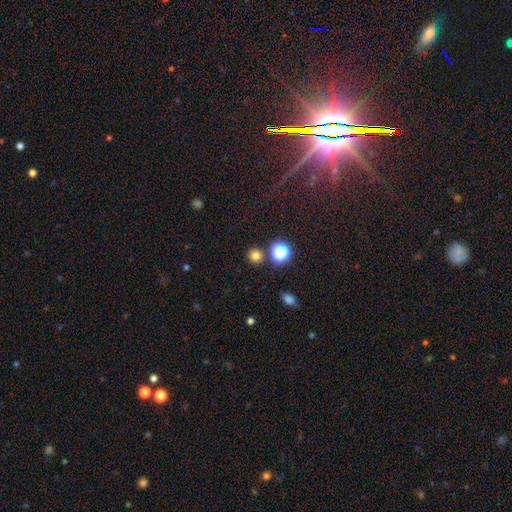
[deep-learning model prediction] smooth 76%, star or artifact 19%, featured or disk 6%. Down the decision tree: how rounded — round (91%); merging — none (86%).